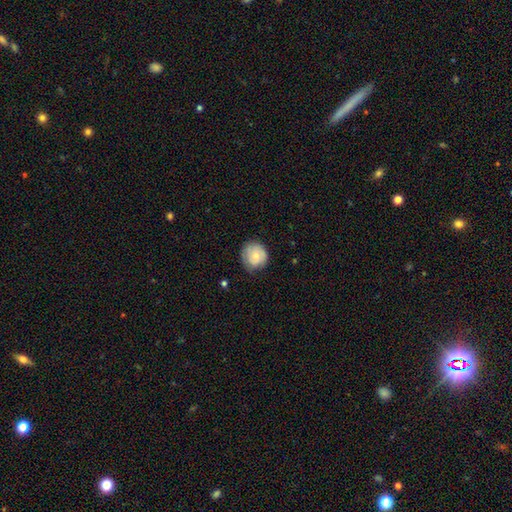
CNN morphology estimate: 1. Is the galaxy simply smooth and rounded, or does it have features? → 66% smooth, 27% featured or disk, 7% star or artifact.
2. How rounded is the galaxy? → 86% round, 13% in between, 1% cigar-shaped.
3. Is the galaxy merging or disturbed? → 70% none, 24% minor disturbance, 5% major disturbance, 1% merger.